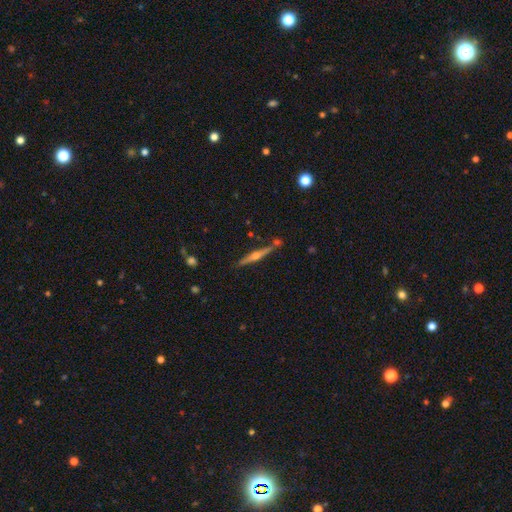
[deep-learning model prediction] Overall: featured or disk (81%). Edge-on disk: yes (98%). Edge-on bulge: rounded (89%). Merging: none (83%).